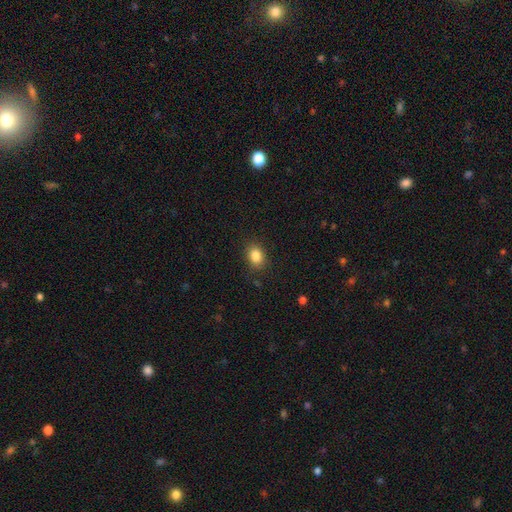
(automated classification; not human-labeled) A smooth galaxy with no disk features (85%) that is in between round and cigar-shaped (68%).

Vote fractions:
- Smooth or featured? smooth: 85% / star or artifact: 10% / featured or disk: 5%
- How rounded? in between: 68% / round: 31% / cigar-shaped: 1%
- Merging? none: 86% / minor disturbance: 10% / major disturbance: 3% / merger: 1%